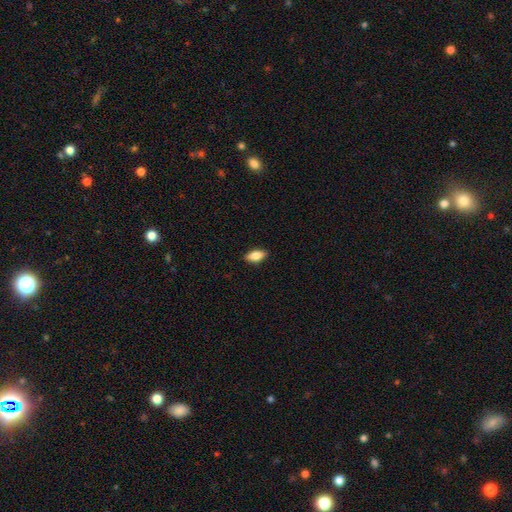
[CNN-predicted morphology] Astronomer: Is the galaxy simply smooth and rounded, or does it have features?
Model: smooth — 80%.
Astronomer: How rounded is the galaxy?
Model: in between — 85%.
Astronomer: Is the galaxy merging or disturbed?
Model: none — 88%.